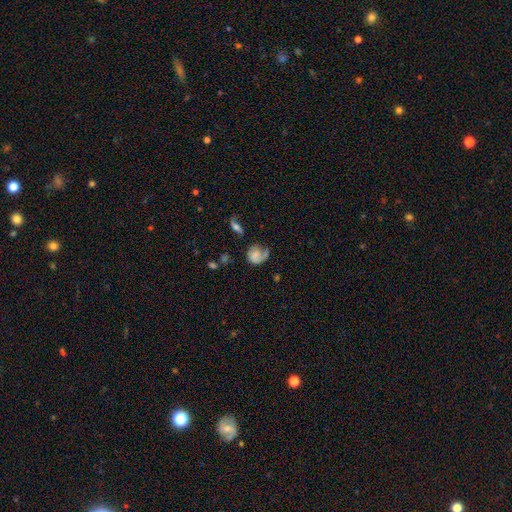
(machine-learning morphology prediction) This appears to be a smooth galaxy with no disk features (48%). Merging: none (39%).